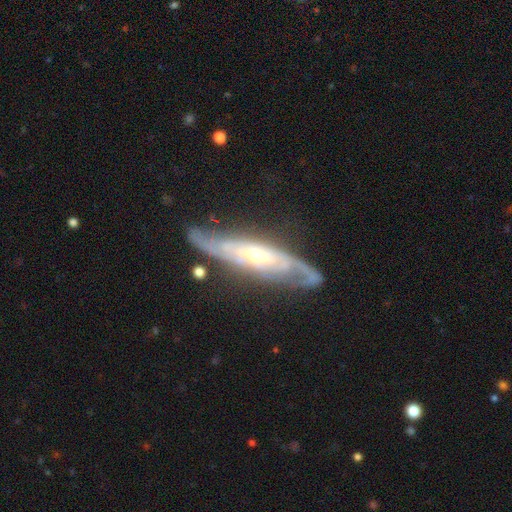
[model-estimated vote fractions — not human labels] Smooth or featured?
  - featured or disk: 85% *
  - smooth: 10%
  - star or artifact: 5%
Edge-on disk?
  - no: 67% *
  - yes: 33%
Bar?
  - no: 49% *
  - weak: 31%
  - strong: 19%
Spiral arms?
  - yes: 92% *
  - no: 8%
Spiral winding?
  - tight: 41% *
  - medium: 39%
  - loose: 20%
Spiral arm count?
  - 2: 68% *
  - can't tell: 21%
  - 3: 4%
  - 1: 3%
  - 4: 2%
  - more than 4: 2%
Bulge size?
  - small: 48% *
  - moderate: 47%
  - large: 3%
  - none: 1%
  - dominant: 1%
Merging?
  - none: 74% *
  - minor disturbance: 17%
  - major disturbance: 6%
  - merger: 2%